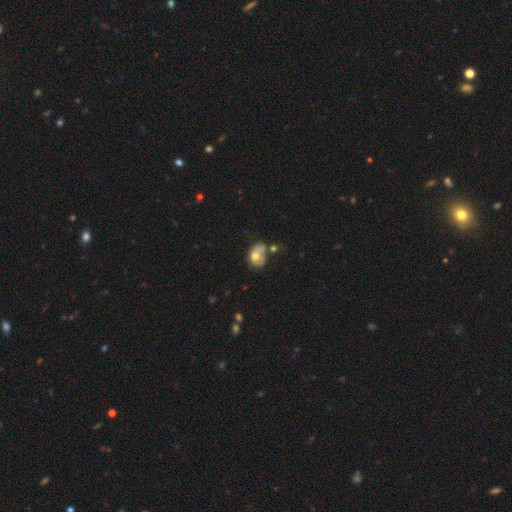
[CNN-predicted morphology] The model was most divided on "merging": merger: 32%, minor disturbance: 23%, major disturbance: 23%, none: 23%. More confident: how rounded — in between (66%); smooth or featured — smooth (56%).